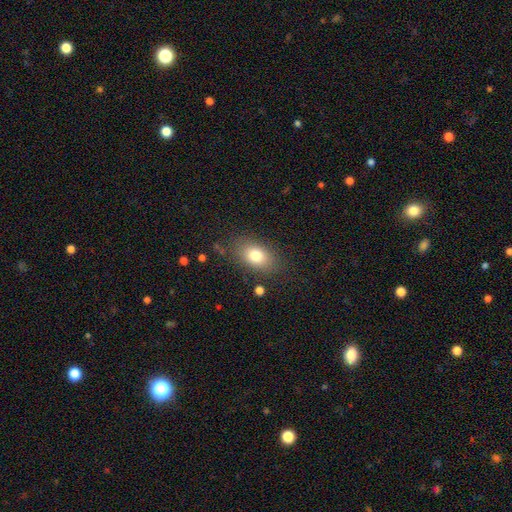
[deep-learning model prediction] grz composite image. It shows a smooth galaxy with no disk features (79%) that is in between round and cigar-shaped (84%). Merging: none (81%).